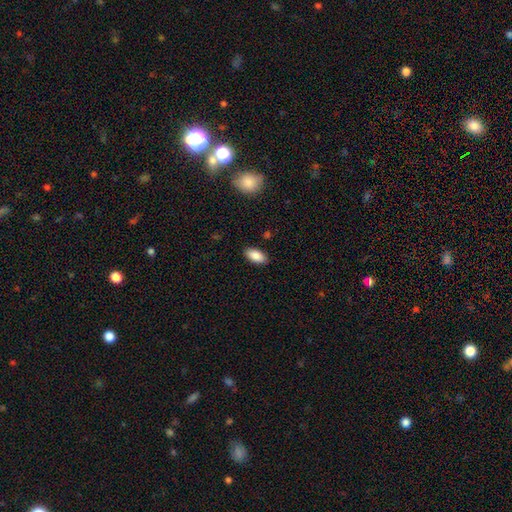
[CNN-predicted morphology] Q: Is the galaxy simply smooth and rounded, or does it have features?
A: smooth — 88%.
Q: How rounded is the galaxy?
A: in between — 93%.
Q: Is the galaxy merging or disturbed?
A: none — 88%.